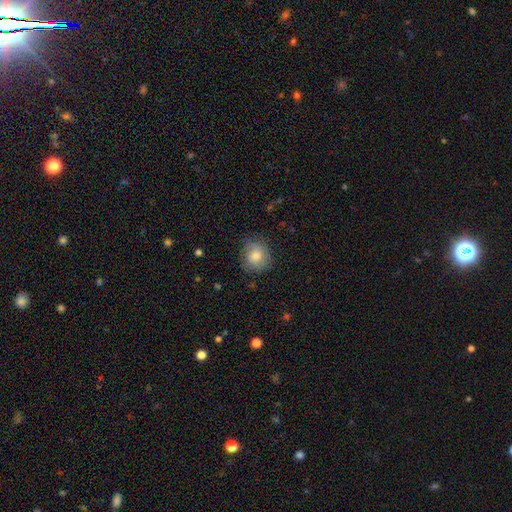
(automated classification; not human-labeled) The model was most divided on "smooth or featured": smooth: 71%, featured or disk: 20%, star or artifact: 9%. More confident: how rounded — round (79%); merging — none (73%).